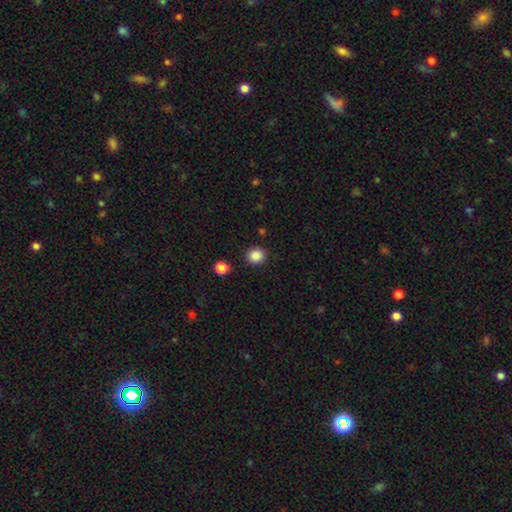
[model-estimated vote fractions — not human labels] smooth-or-featured: smooth: 87% | star or artifact: 10% | featured or disk: 3%
  how-rounded: round: 84% | in between: 15% | cigar-shaped: 1%
  merging: none: 89% | minor disturbance: 7% | major disturbance: 2% | merger: 2%